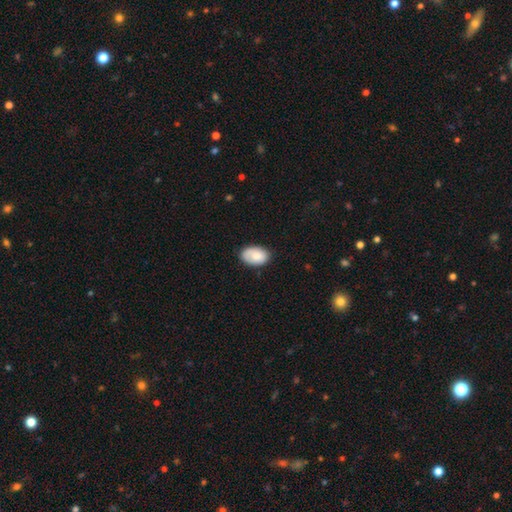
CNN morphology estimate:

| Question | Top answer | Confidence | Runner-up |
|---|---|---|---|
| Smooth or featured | smooth | 77% | featured or disk (16%) |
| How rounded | in between | 89% | round (10%) |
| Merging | none | 76% | minor disturbance (19%) |